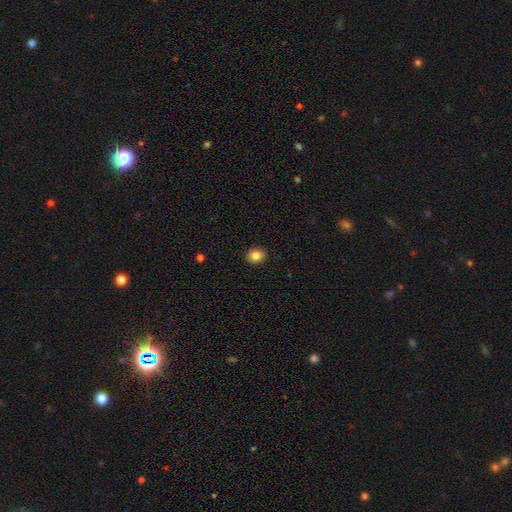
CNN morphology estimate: Smooth or featured: smooth — 84% (star or artifact — 10%)
How rounded: round — 53% (in between — 47%)
Merging: none — 91% (minor disturbance — 6%)